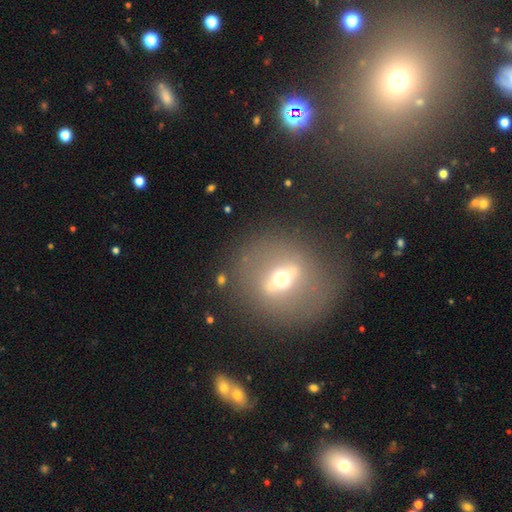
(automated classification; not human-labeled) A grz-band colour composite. It shows a featured or disk galaxy (53%). Merging: none (77%).